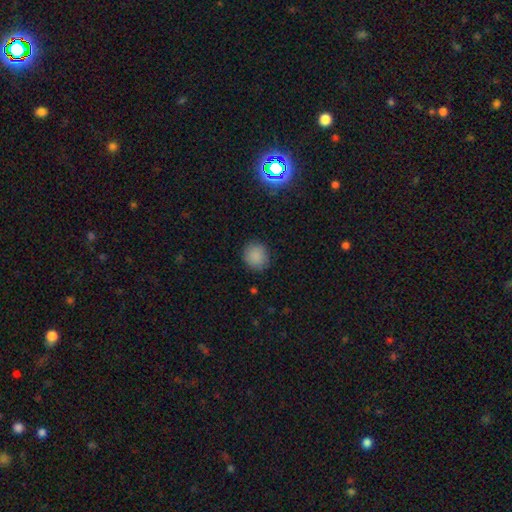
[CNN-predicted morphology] This is clearly a smooth galaxy (86%). How rounded: clearly round (88%). Merging: clearly none (86%).